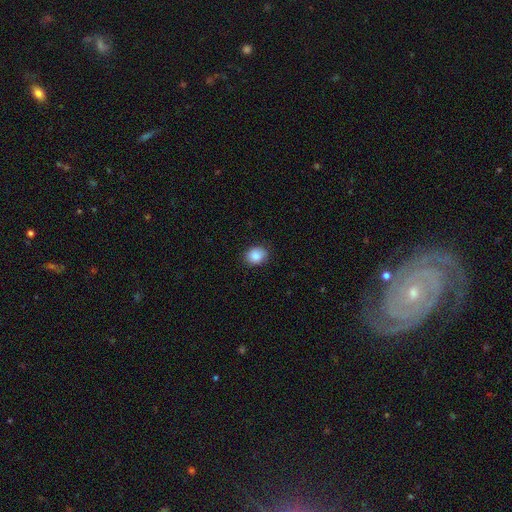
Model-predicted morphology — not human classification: This appears to be a smooth galaxy with no disk features (88%) that is round (50%, tied with in between). Merging: none (83%).